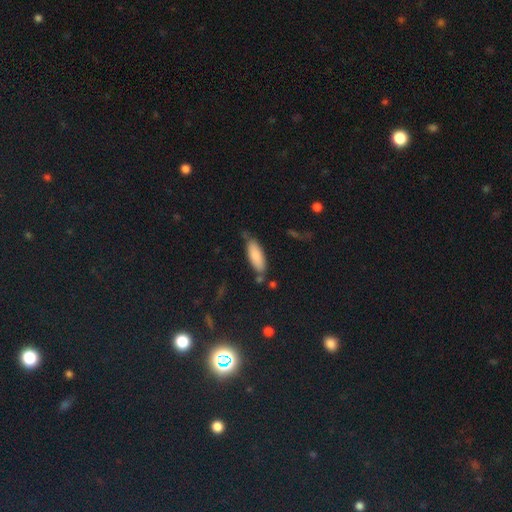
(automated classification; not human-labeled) Morphology: type=smooth (84%); roundness=in between (66%); merging=none (67%).